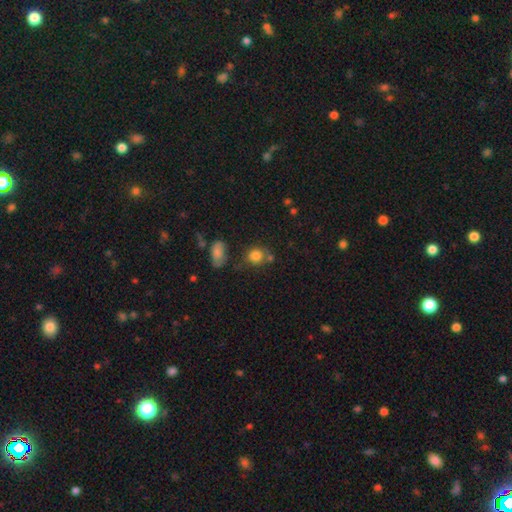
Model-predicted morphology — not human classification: type=smooth (81%); roundness=round (73%); merging=none (60%).